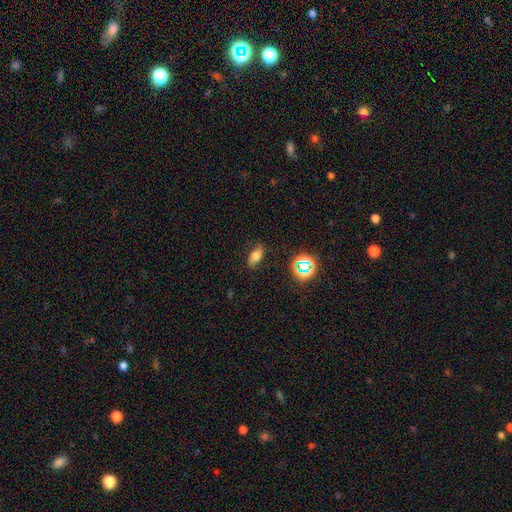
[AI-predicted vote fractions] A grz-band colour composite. It shows a smooth galaxy with no disk features (66%) that is in between round and cigar-shaped (84%). Merging: none (81%).